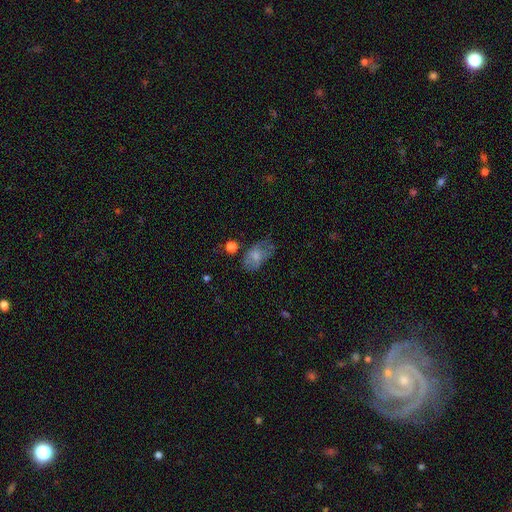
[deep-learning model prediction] Smooth or featured? Predicted: smooth (p=0.65). How rounded? Predicted: in between (p=0.88). Merging? Predicted: none (p=0.45).